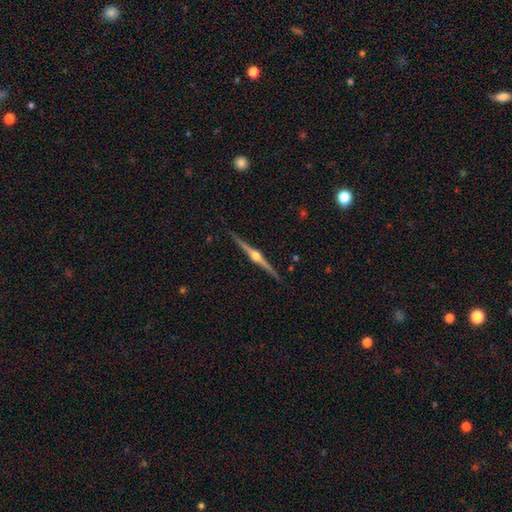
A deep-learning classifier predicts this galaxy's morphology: This appears to be a featured or disk galaxy (87%) viewed edge-on (99%) with a rounded central bulge (96%). Merging: none (91%).